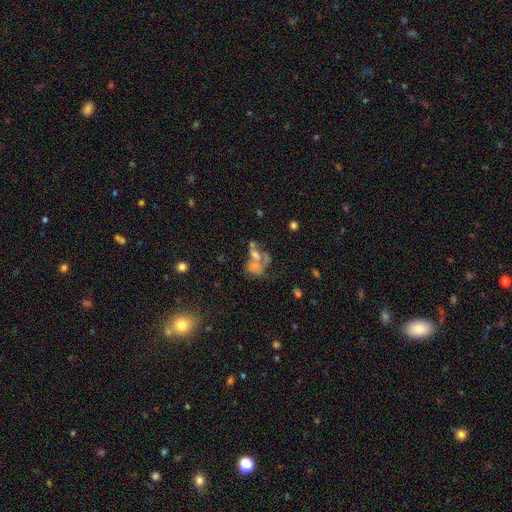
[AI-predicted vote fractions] Smooth or featured?
  - featured or disk: 44% *
  - smooth: 30%
  - star or artifact: 26%
Merging?
  - merger: 45% *
  - none: 26%
  - major disturbance: 18%
  - minor disturbance: 11%